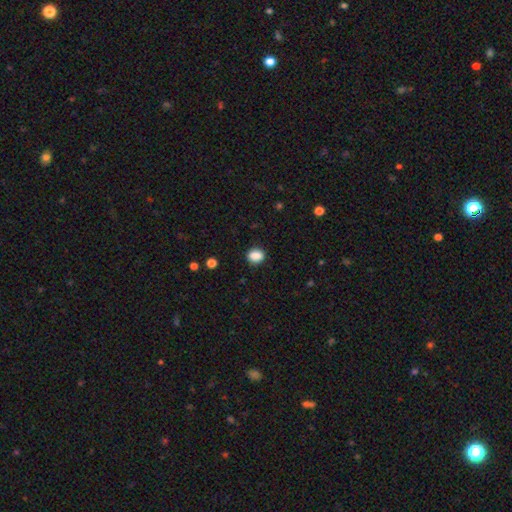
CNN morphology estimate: smooth-or-featured: smooth: 88% | star or artifact: 9% | featured or disk: 4%
  how-rounded: in between: 52% | round: 47% | cigar-shaped: 1%
  merging: none: 86% | minor disturbance: 10% | major disturbance: 3% | merger: 1%